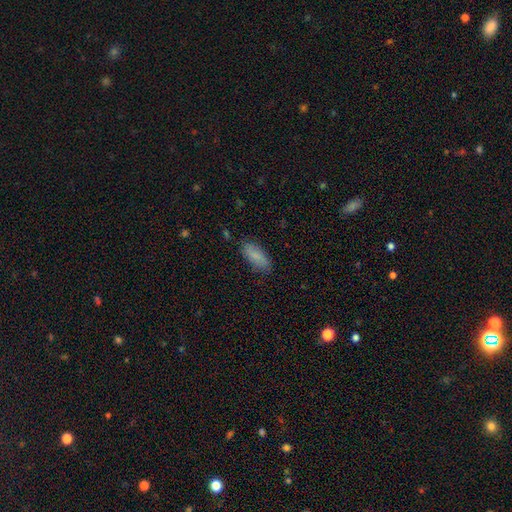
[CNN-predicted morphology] Smooth or featured?
  - smooth: 82% *
  - featured or disk: 11%
  - star or artifact: 7%
How rounded?
  - in between: 78% *
  - cigar-shaped: 20%
  - round: 2%
Merging?
  - none: 81% *
  - minor disturbance: 15%
  - major disturbance: 3%
  - merger: 1%